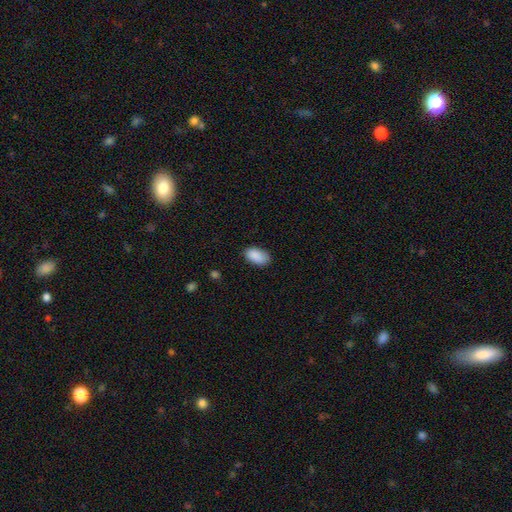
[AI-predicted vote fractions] This appears to be a smooth galaxy with no disk features (89%) that is in between round and cigar-shaped (94%). Merging: none (79%).